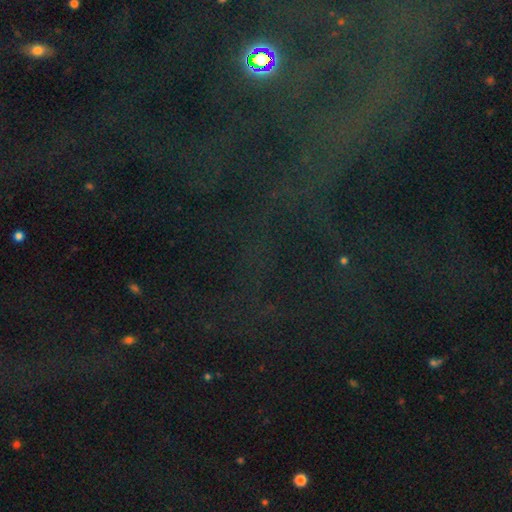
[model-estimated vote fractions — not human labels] smooth_or_featured: star or artifact (p=0.77) [alt: smooth p=0.12]